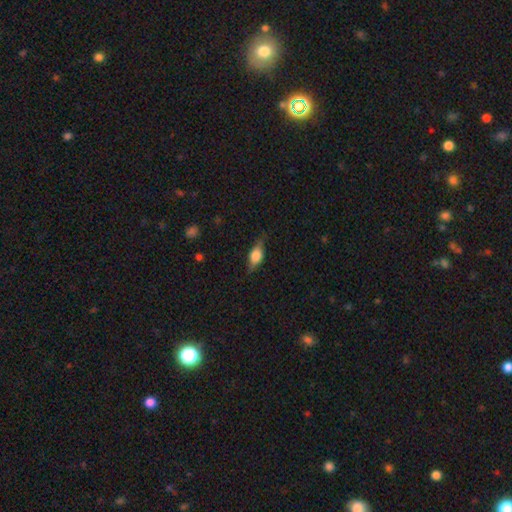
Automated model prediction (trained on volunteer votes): smooth-or-featured: smooth: 53% | featured or disk: 39% | star or artifact: 8%
  how-rounded: in between: 74% | cigar-shaped: 17% | round: 9%
  merging: none: 77% | minor disturbance: 17% | major disturbance: 4% | merger: 1%